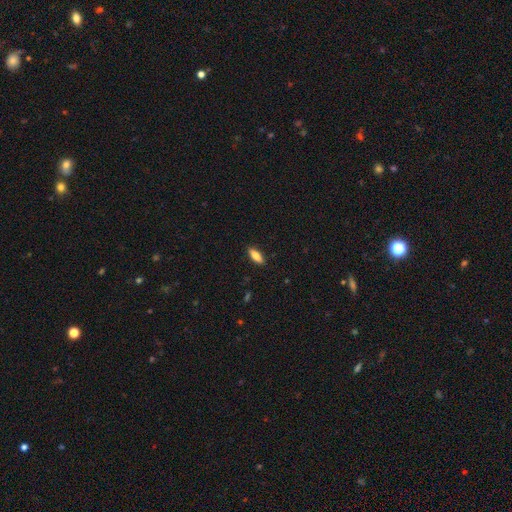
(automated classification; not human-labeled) smooth_or_featured: smooth (p=0.80) [alt: featured or disk p=0.13]
how_rounded: in between (p=0.66) [alt: cigar-shaped p=0.31]
merging: none (p=0.89) [alt: minor disturbance p=0.08]